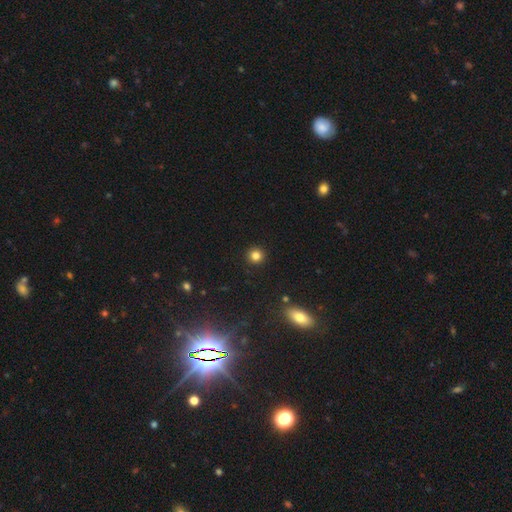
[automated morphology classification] smooth-or-featured: smooth: 83% | star or artifact: 12% | featured or disk: 5%
  how-rounded: round: 95% | in between: 4% | cigar-shaped: 1%
  merging: none: 93% | minor disturbance: 4% | major disturbance: 2% | merger: 1%